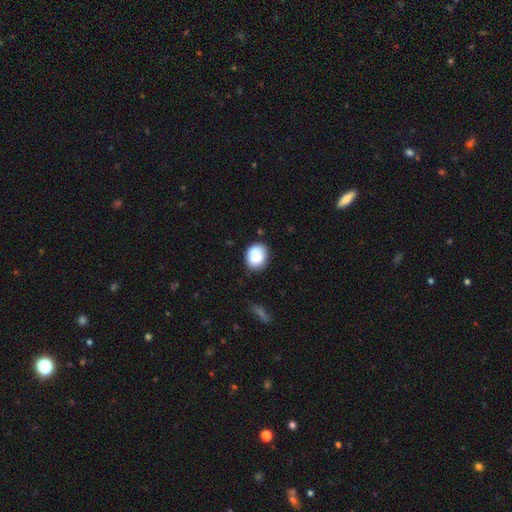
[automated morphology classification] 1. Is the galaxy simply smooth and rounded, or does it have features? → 84% smooth, 8% featured or disk, 8% star or artifact.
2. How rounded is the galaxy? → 61% round, 38% in between, 1% cigar-shaped.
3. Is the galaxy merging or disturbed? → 69% none, 20% minor disturbance, 7% merger, 5% major disturbance.